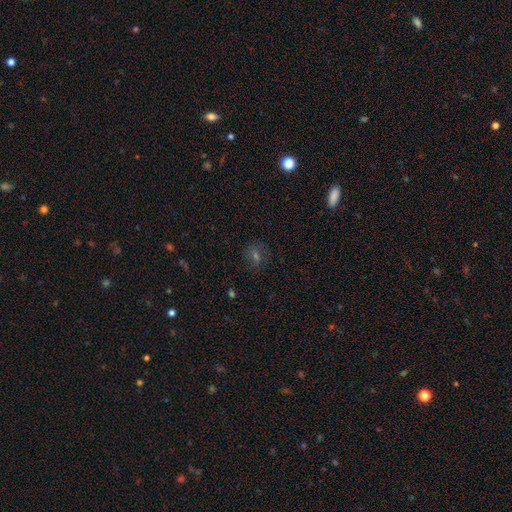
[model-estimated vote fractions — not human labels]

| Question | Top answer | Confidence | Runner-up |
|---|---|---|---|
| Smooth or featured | smooth | 42% | star or artifact (31%) |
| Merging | none | 80% | minor disturbance (12%) |